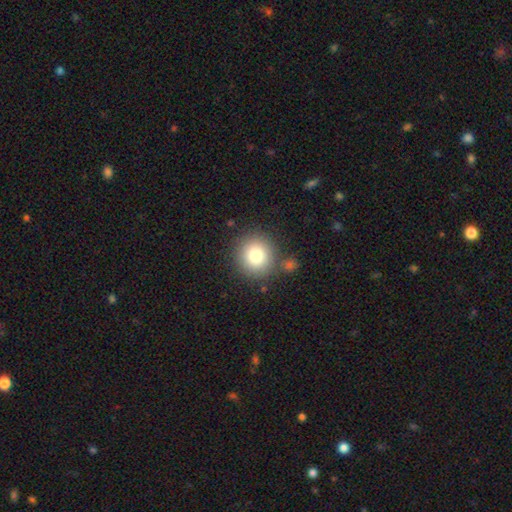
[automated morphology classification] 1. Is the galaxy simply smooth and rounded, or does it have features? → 79% smooth, 11% star or artifact, 10% featured or disk.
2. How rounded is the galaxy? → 90% round, 9% in between, 1% cigar-shaped.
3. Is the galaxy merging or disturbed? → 81% none, 9% minor disturbance, 7% merger, 3% major disturbance.